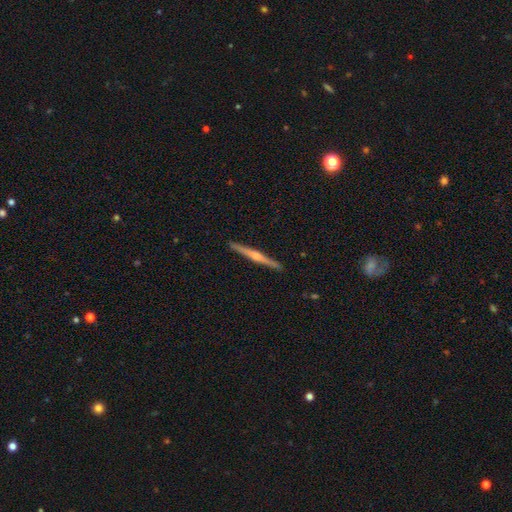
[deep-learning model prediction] smooth_or_featured: featured or disk (p=0.74) [alt: smooth p=0.21]
disk_edge_on: yes (p=0.98) [alt: no p=0.02]
edge_on_bulge: rounded (p=0.80) [alt: none p=0.11]
merging: none (p=0.92) [alt: minor disturbance p=0.05]